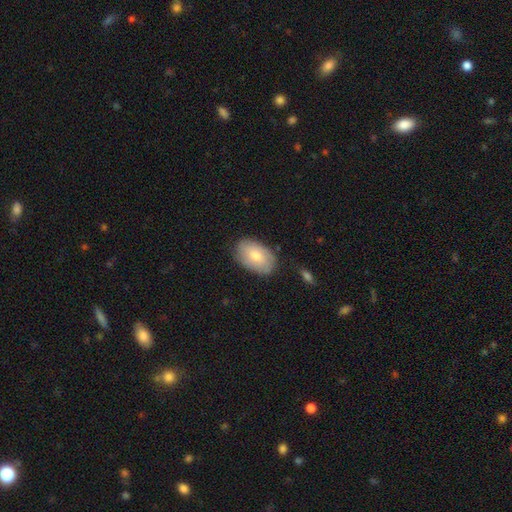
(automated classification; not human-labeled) A smooth galaxy with no disk features (66%) that is in between round and cigar-shaped (91%).

Vote fractions:
- Smooth or featured? smooth: 66% / featured or disk: 28% / star or artifact: 6%
- How rounded? in between: 91% / round: 8% / cigar-shaped: 1%
- Merging? none: 77% / minor disturbance: 18% / major disturbance: 4% / merger: 2%